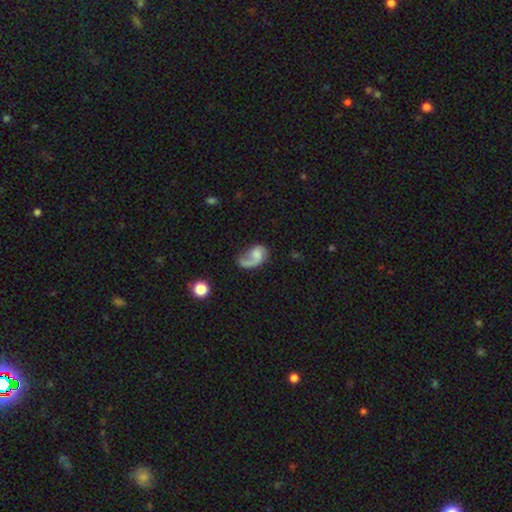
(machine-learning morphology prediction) Q: Smooth or featured?
A: featured or disk (62%); runner-up: smooth (31%)
Q: Edge-on disk?
A: no (98%); runner-up: yes (2%)
Q: Bar?
A: no (67%); runner-up: weak (28%)
Q: Spiral arms?
A: yes (88%); runner-up: no (12%)
Q: Spiral winding?
A: loose (60%); runner-up: medium (29%)
Q: Spiral arm count?
A: 1 (75%); runner-up: 2 (18%)
Q: Bulge size?
A: none (34%); runner-up: small (31%)
Q: Merging?
A: major disturbance (37%); tied with: none (37%)